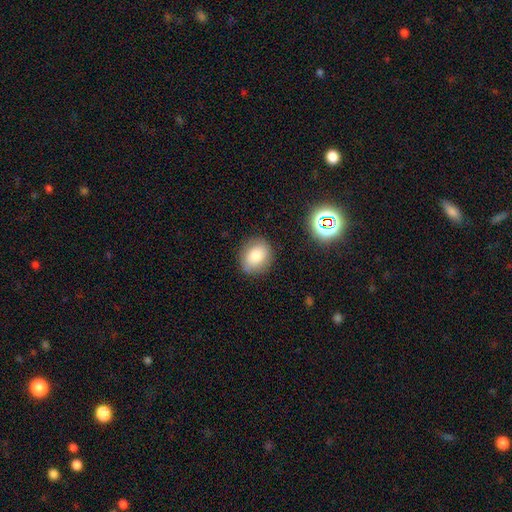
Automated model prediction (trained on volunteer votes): This appears to be a smooth galaxy with no disk features (79%) that is round (59%). Merging: none (83%).